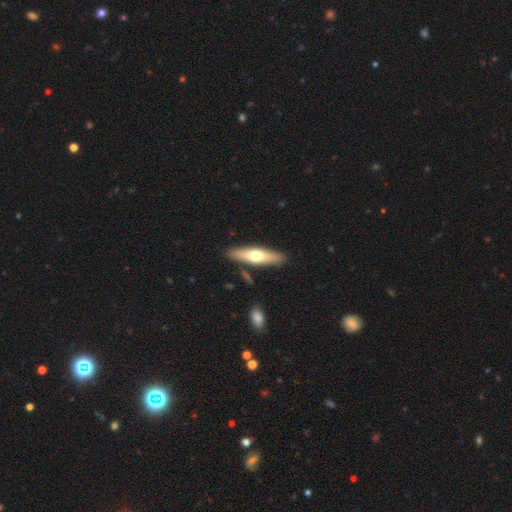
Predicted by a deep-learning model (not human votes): Smooth or featured? Predicted: smooth (p=0.54). How rounded? Predicted: cigar-shaped (p=0.68). Merging? Predicted: none (p=0.85).